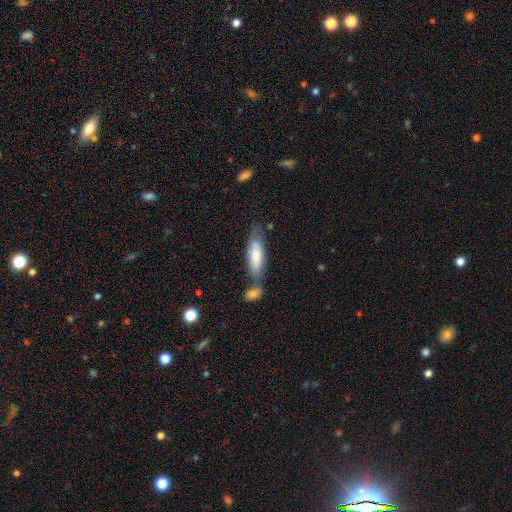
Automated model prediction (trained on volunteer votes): Q: Smooth or featured?
A: smooth (74%); runner-up: featured or disk (21%)
Q: How rounded?
A: in between (54%); runner-up: cigar-shaped (45%)
Q: Merging?
A: none (49%); runner-up: merger (27%)